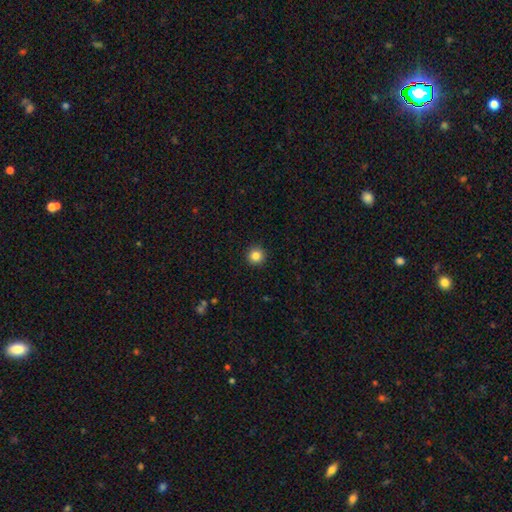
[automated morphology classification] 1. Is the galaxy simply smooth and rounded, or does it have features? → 85% smooth, 11% star or artifact, 4% featured or disk.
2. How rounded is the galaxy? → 96% round, 3% in between, 1% cigar-shaped.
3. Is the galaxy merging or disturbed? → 93% none, 4% minor disturbance, 2% major disturbance, 1% merger.